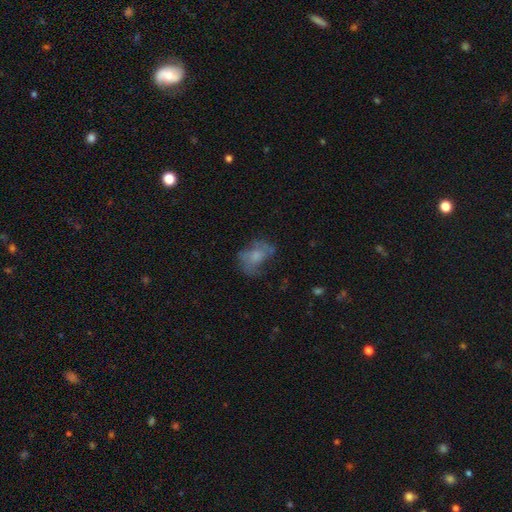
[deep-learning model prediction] Smooth or featured? Predicted: smooth (p=0.52). How rounded? Predicted: in between (p=0.78). Merging? Predicted: none (p=0.42).